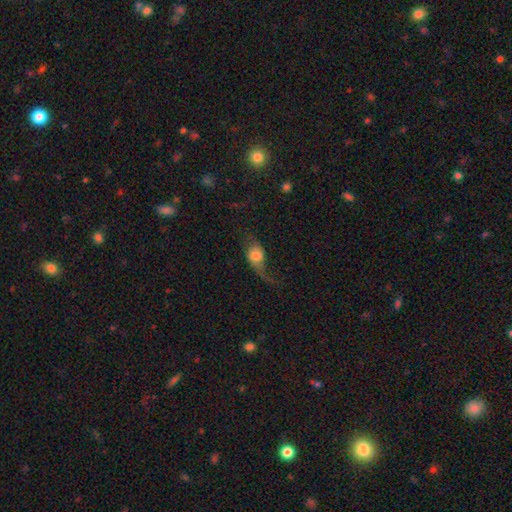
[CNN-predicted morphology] This appears to be a featured or disk galaxy (47%). Merging: major disturbance (42%).